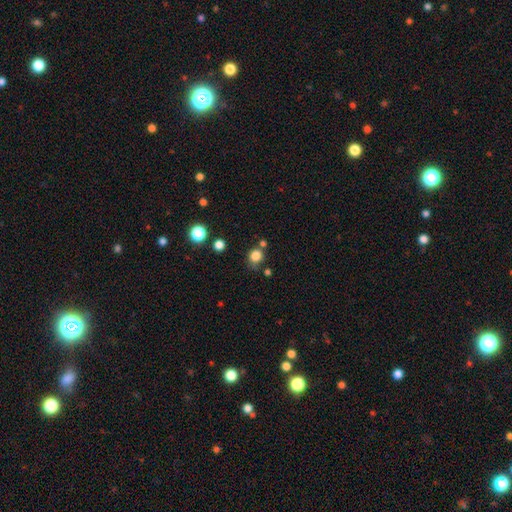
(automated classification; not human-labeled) Smooth or featured? smooth (82%)
How rounded? round (86%)
Merging? none (71%)